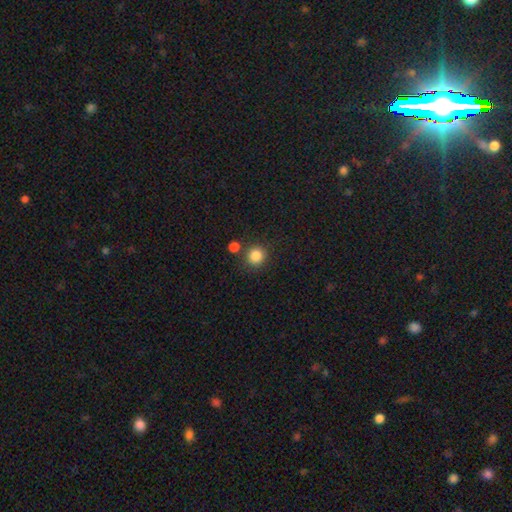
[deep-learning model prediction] Morphology: type=smooth (85%); roundness=round (92%); merging=none (80%).